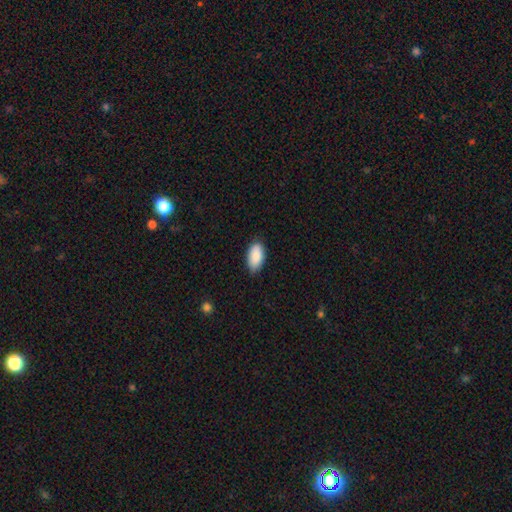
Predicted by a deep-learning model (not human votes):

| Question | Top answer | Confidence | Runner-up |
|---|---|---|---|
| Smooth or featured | smooth | 89% | star or artifact (6%) |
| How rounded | in between | 94% | cigar-shaped (3%) |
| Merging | none | 78% | minor disturbance (18%) |